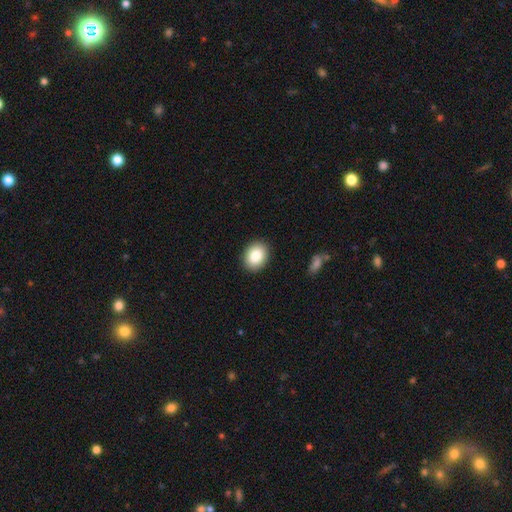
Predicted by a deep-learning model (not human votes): This appears to be a smooth galaxy with no disk features (85%) that is in between round and cigar-shaped (59%). Merging: none (90%).